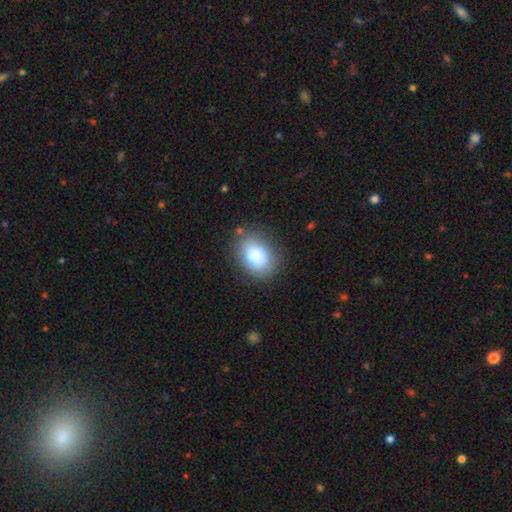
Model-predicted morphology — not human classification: This is clearly a smooth galaxy (85%). How rounded: likely in between (74%). Merging: likely none (78%).